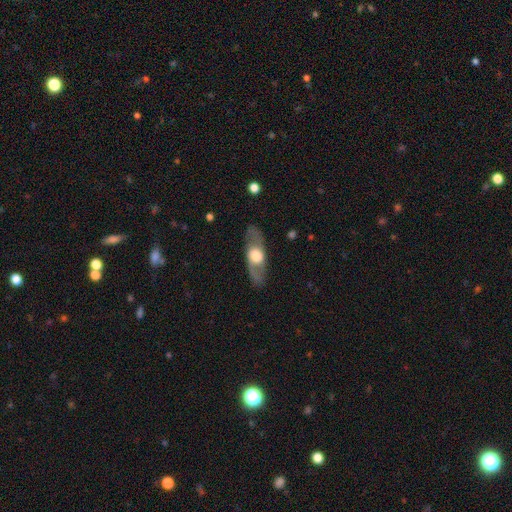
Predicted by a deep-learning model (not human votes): Smooth or featured? featured or disk (62%)
Edge-on disk? no (63%)
Merging? none (84%)